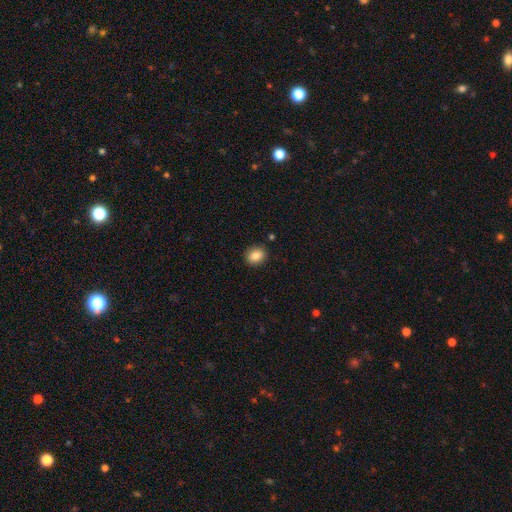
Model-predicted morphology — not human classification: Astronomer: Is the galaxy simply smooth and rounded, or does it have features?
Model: smooth — 85%.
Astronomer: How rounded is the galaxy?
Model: round — 58% (runner-up: in between, 41%).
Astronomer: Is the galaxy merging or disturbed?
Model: none — 90%.